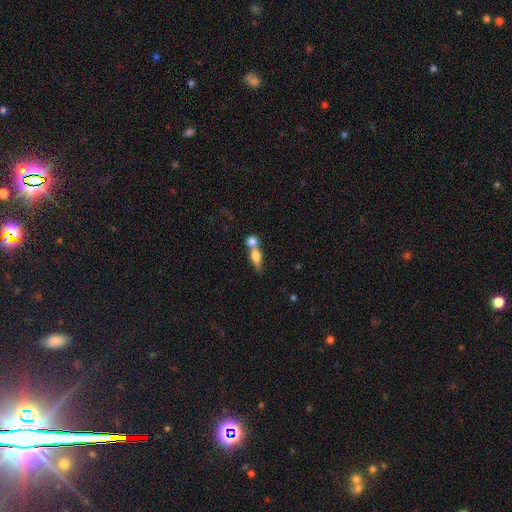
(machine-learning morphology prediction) A smooth galaxy with no disk features (67%) that is in between round and cigar-shaped (55%). Merging: merger (61%).